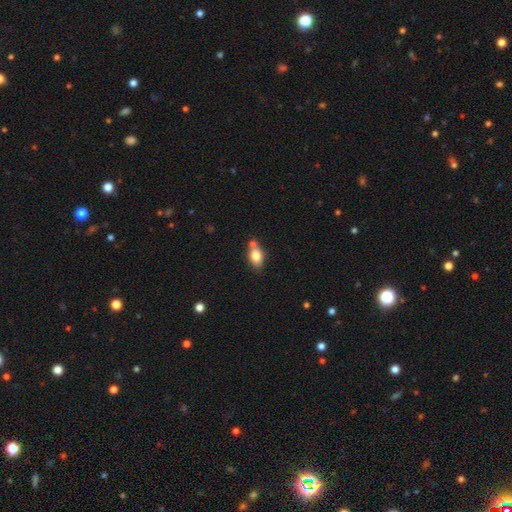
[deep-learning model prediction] smooth-or-featured: smooth: 79% | featured or disk: 13% | star or artifact: 9%
  how-rounded: in between: 80% | round: 17% | cigar-shaped: 3%
  merging: none: 57% | merger: 24% | minor disturbance: 16% | major disturbance: 4%